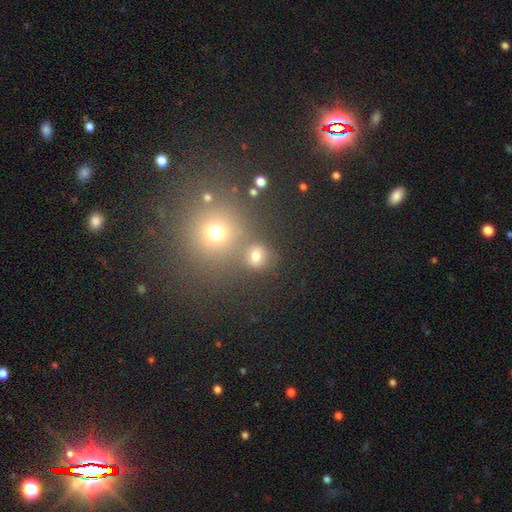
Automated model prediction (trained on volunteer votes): Q: Smooth or featured?
A: smooth (72%); runner-up: star or artifact (19%)
Q: How rounded?
A: round (80%); runner-up: in between (19%)
Q: Merging?
A: none (66%); runner-up: merger (20%)